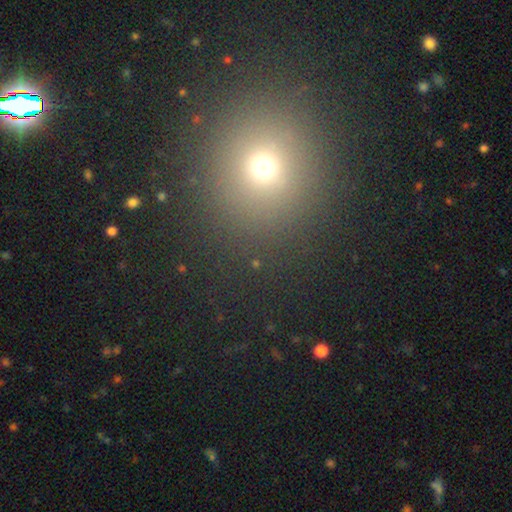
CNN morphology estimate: A smooth galaxy with no disk features (58%) that is round (90%).

Vote fractions:
- Smooth or featured? smooth: 58% / star or artifact: 34% / featured or disk: 7%
- How rounded? round: 90% / in between: 9% / cigar-shaped: 1%
- Merging? none: 90% / minor disturbance: 5% / major disturbance: 3% / merger: 2%